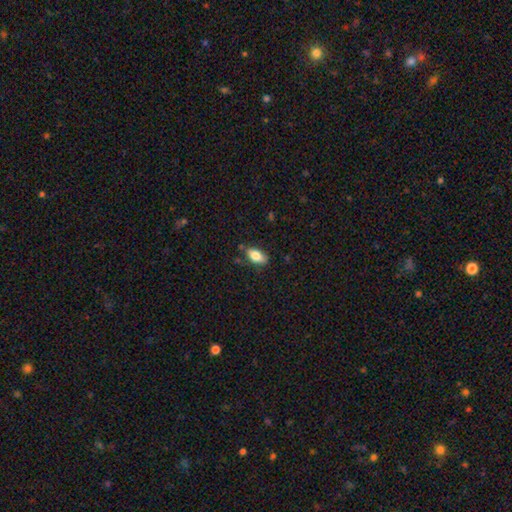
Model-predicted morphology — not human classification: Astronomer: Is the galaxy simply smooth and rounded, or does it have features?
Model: smooth — 80%.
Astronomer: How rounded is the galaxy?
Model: in between — 89%.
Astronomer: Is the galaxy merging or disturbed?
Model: none — 77%.